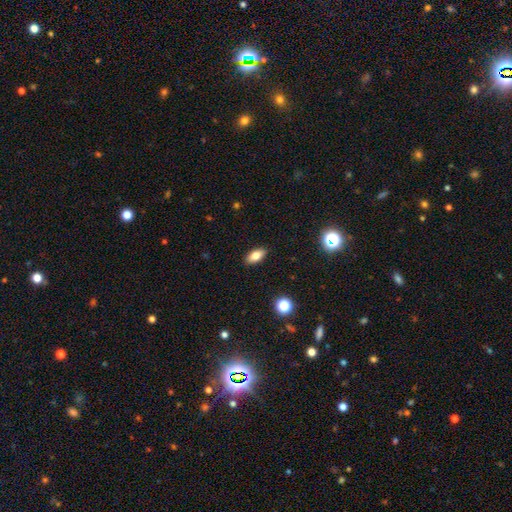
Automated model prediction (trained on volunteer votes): Q: Smooth or featured?
A: smooth (78%); runner-up: featured or disk (13%)
Q: How rounded?
A: in between (87%); runner-up: cigar-shaped (9%)
Q: Merging?
A: none (89%); runner-up: minor disturbance (8%)